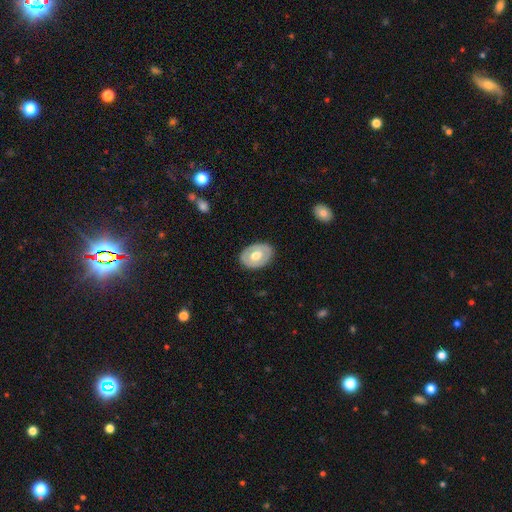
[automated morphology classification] A smooth galaxy with no disk features (48%).

Vote fractions:
- Smooth or featured? smooth: 48% / featured or disk: 47% / star or artifact: 5%
- Merging? none: 84% / minor disturbance: 12% / major disturbance: 3% / merger: 1%